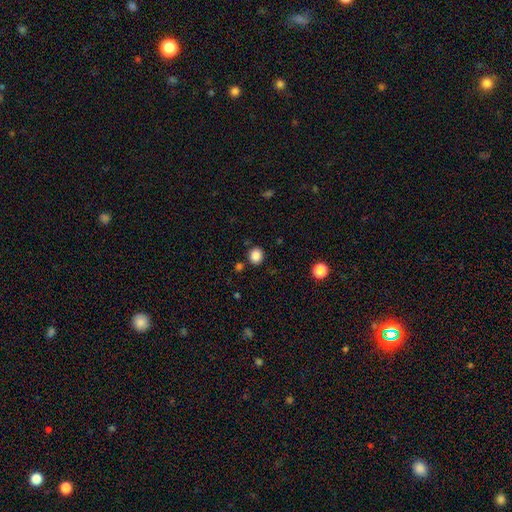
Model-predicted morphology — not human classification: Smooth or featured?
  - smooth: 85% *
  - star or artifact: 10%
  - featured or disk: 5%
How rounded?
  - round: 75% *
  - in between: 24%
  - cigar-shaped: 1%
Merging?
  - none: 86% *
  - minor disturbance: 8%
  - merger: 4%
  - major disturbance: 2%